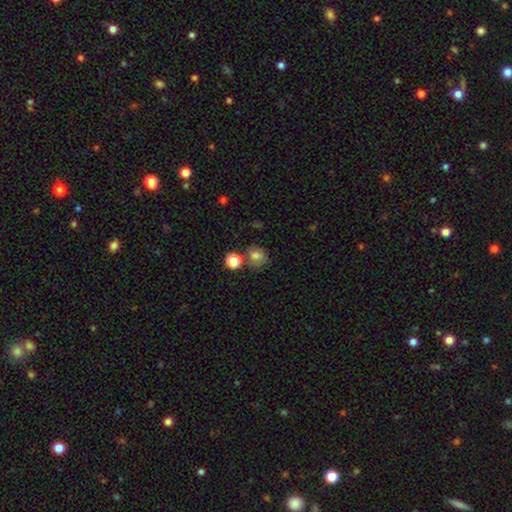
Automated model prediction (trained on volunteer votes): smooth-or-featured: smooth: 75% | star or artifact: 14% | featured or disk: 11%
  how-rounded: round: 69% | in between: 31% | cigar-shaped: 1%
  merging: none: 63% | minor disturbance: 16% | merger: 15% | major disturbance: 6%